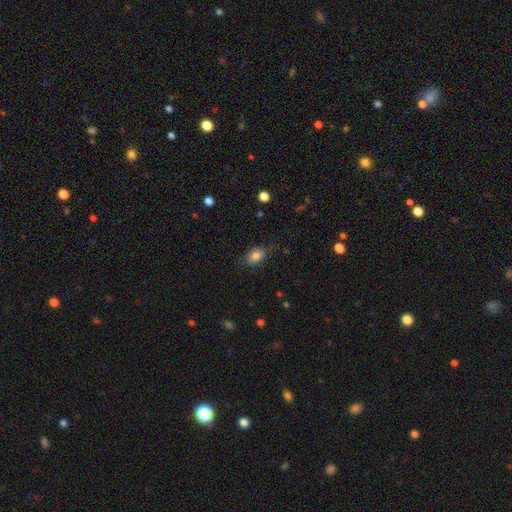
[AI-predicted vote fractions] Overall: smooth (81%). How rounded: in between (80%). Merging: none (74%).